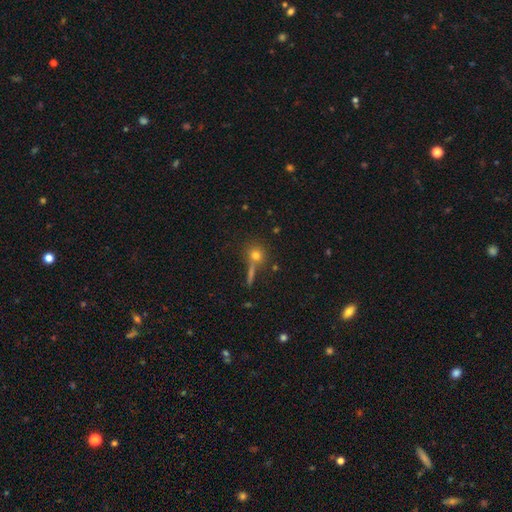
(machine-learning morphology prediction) This appears to be a smooth galaxy with no disk features (71%) that is round (87%). Merging: none (66%).